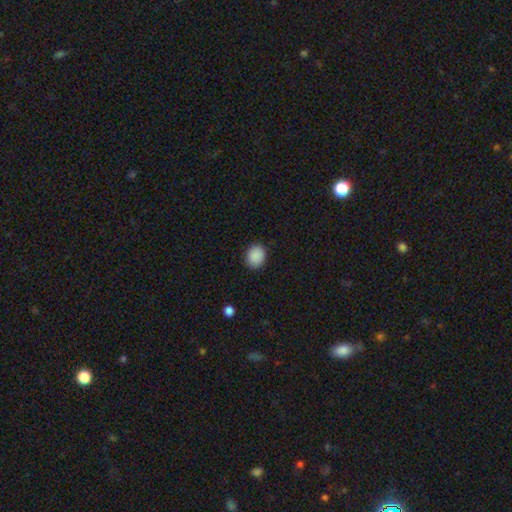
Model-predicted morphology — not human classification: Overall: smooth (89%). How rounded: round (63%; in between 36%). Merging: none (89%).